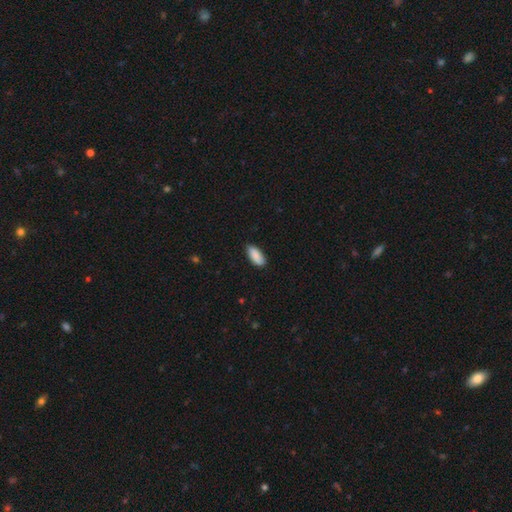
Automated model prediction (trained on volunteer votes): Q: Smooth or featured?
A: smooth (89%); runner-up: star or artifact (6%)
Q: How rounded?
A: in between (85%); runner-up: cigar-shaped (13%)
Q: Merging?
A: none (84%); runner-up: minor disturbance (13%)